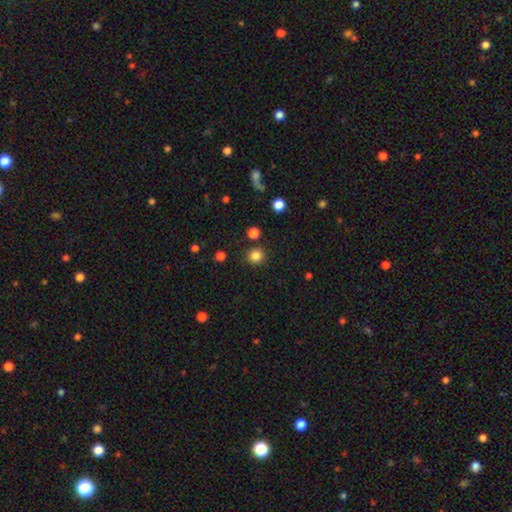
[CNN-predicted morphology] A smooth galaxy with no disk features (84%) that is round (92%).

Vote fractions:
- Smooth or featured? smooth: 84% / star or artifact: 12% / featured or disk: 4%
- How rounded? round: 92% / in between: 7% / cigar-shaped: 1%
- Merging? none: 88% / minor disturbance: 6% / merger: 3% / major disturbance: 3%